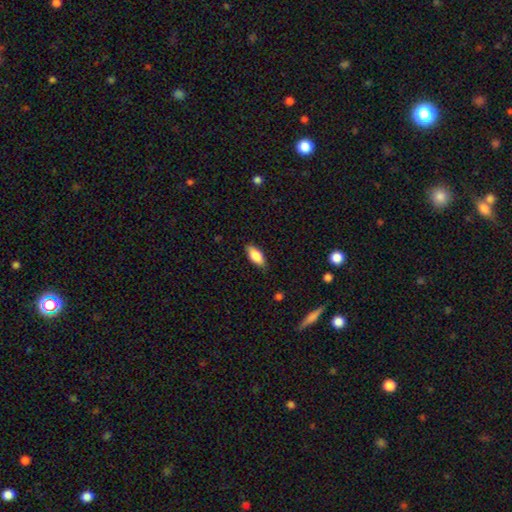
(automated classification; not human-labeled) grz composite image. It shows a smooth galaxy with no disk features (84%) that is in between round and cigar-shaped (87%). Merging: none (83%).